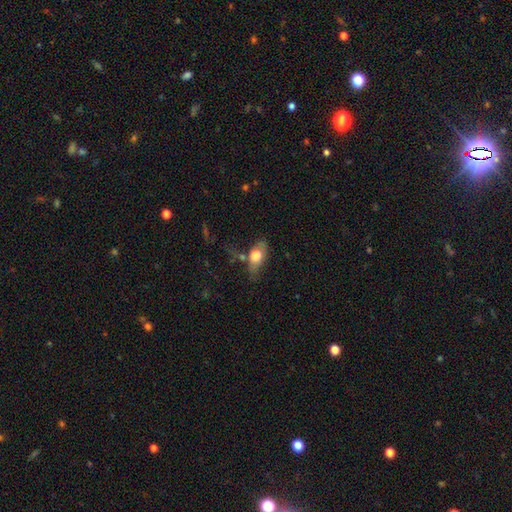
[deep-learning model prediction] Smooth or featured?
  - smooth: 67% *
  - featured or disk: 25%
  - star or artifact: 7%
How rounded?
  - in between: 81% *
  - round: 10%
  - cigar-shaped: 9%
Merging?
  - none: 49% *
  - minor disturbance: 27%
  - major disturbance: 14%
  - merger: 10%